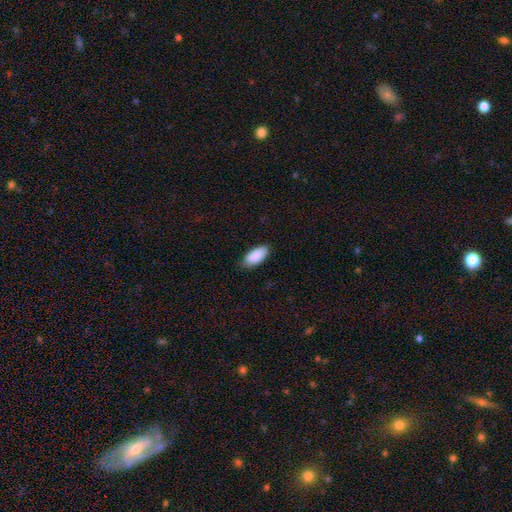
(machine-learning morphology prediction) Smooth or featured?
  - smooth: 89% *
  - star or artifact: 6%
  - featured or disk: 5%
How rounded?
  - in between: 91% *
  - cigar-shaped: 7%
  - round: 2%
Merging?
  - none: 81% *
  - minor disturbance: 16%
  - major disturbance: 2%
  - merger: 1%